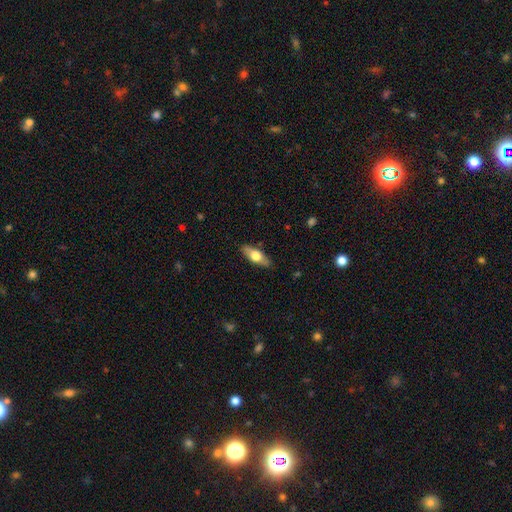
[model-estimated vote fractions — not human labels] smooth_or_featured: smooth (p=0.56) [alt: featured or disk p=0.38]
how_rounded: in between (p=0.65) [alt: cigar-shaped p=0.32]
merging: none (p=0.87) [alt: minor disturbance p=0.09]